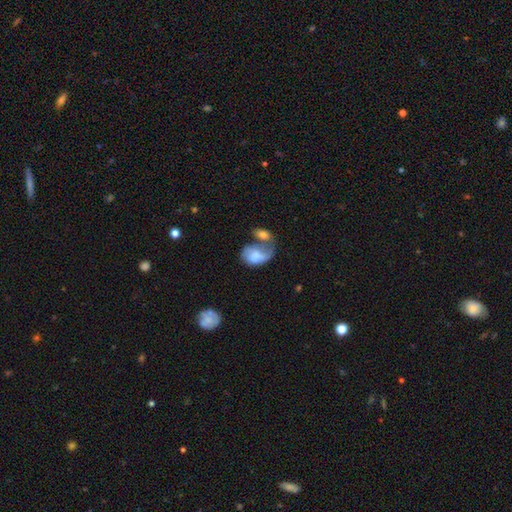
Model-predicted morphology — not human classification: Smooth or featured: smooth — 61% (featured or disk — 32%)
How rounded: in between — 80% (round — 18%)
Merging: merger — 47% (major disturbance — 25%)